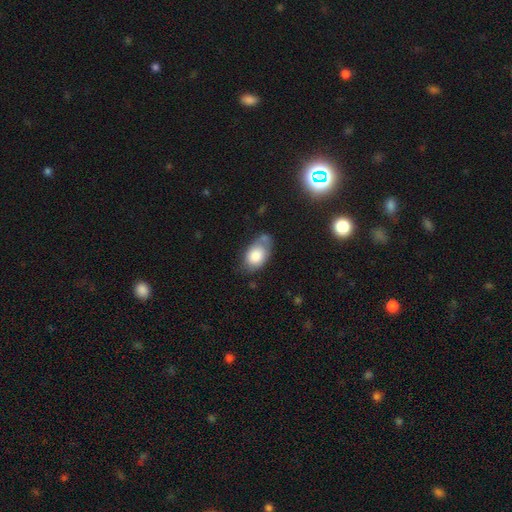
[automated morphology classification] type=smooth (80%); roundness=in between (88%); merging=none (51%).